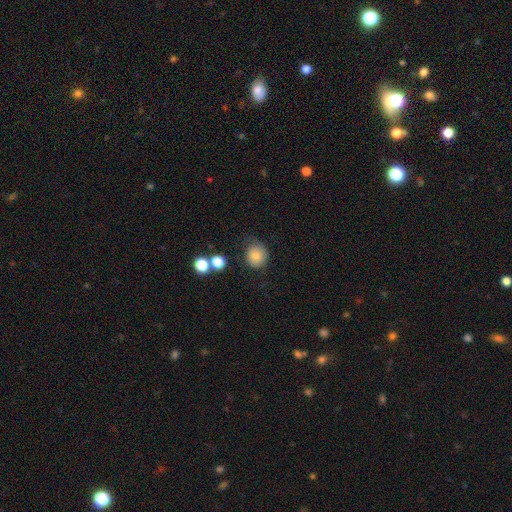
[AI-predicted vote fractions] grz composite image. It shows a smooth galaxy with no disk features (81%) that is round (81%). Merging: none (72%).